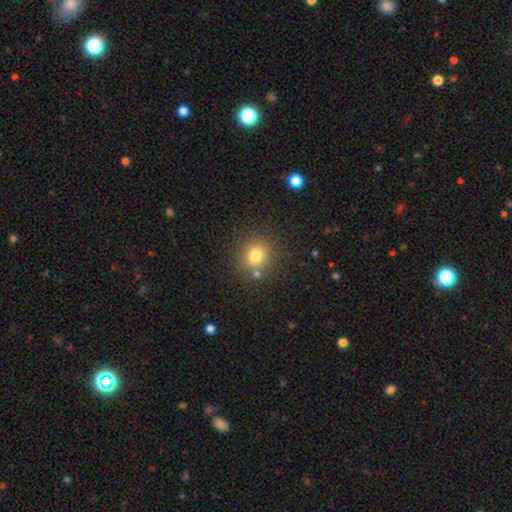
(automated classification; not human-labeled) Q: Smooth or featured?
A: smooth (77%); runner-up: star or artifact (14%)
Q: How rounded?
A: round (86%); runner-up: in between (13%)
Q: Merging?
A: none (80%); runner-up: minor disturbance (9%)